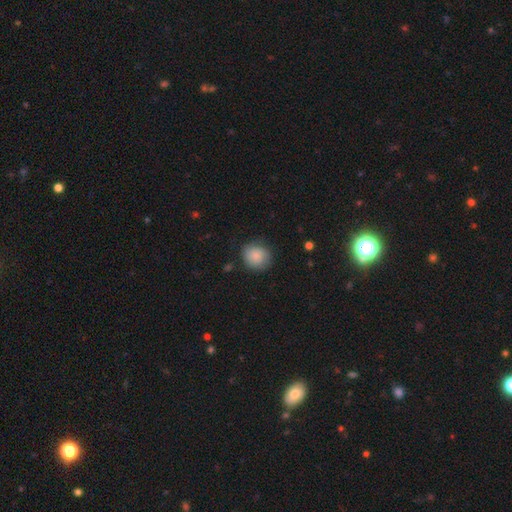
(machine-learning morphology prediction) Smooth or featured: smooth — 83% (featured or disk — 10%)
How rounded: round — 81% (in between — 18%)
Merging: none — 78% (minor disturbance — 16%)